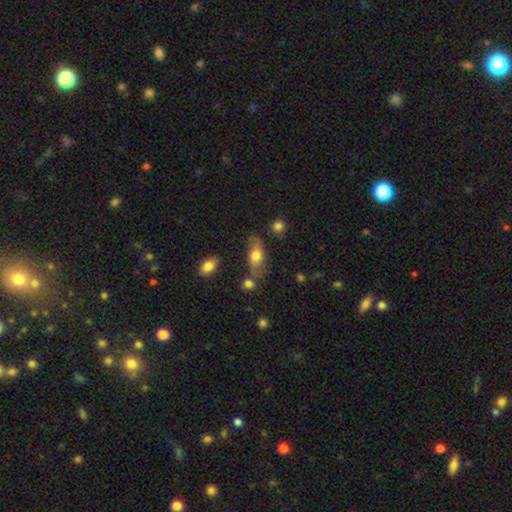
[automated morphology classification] smooth_or_featured: smooth (p=0.61) [alt: featured or disk p=0.31]
how_rounded: in between (p=0.82) [alt: cigar-shaped p=0.12]
merging: none (p=0.65) [alt: minor disturbance p=0.21]